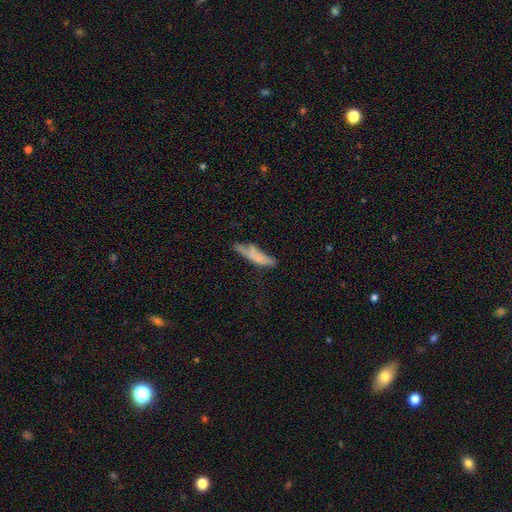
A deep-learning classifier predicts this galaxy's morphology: smooth-or-featured: smooth: 65% | featured or disk: 26% | star or artifact: 8%
  how-rounded: cigar-shaped: 81% | in between: 17% | round: 2%
  merging: none: 54% | minor disturbance: 27% | major disturbance: 12% | merger: 7%